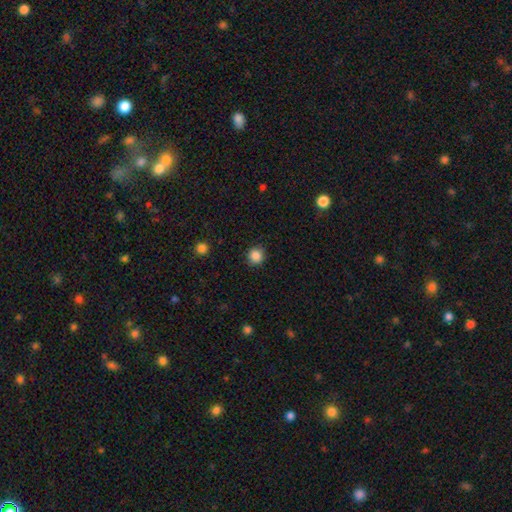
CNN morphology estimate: A smooth galaxy with no disk features (86%) that is round (91%).

Vote fractions:
- Smooth or featured? smooth: 86% / star or artifact: 11% / featured or disk: 3%
- How rounded? round: 91% / in between: 8% / cigar-shaped: 1%
- Merging? none: 88% / minor disturbance: 9% / major disturbance: 2% / merger: 1%